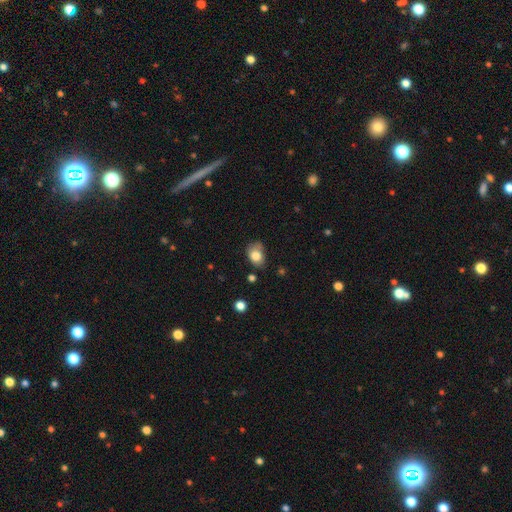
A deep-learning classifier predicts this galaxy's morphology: The model was most divided on "merging": none: 52%, minor disturbance: 33%, major disturbance: 10%, merger: 5%. More confident: smooth or featured — smooth (80%); how rounded — in between (68%).